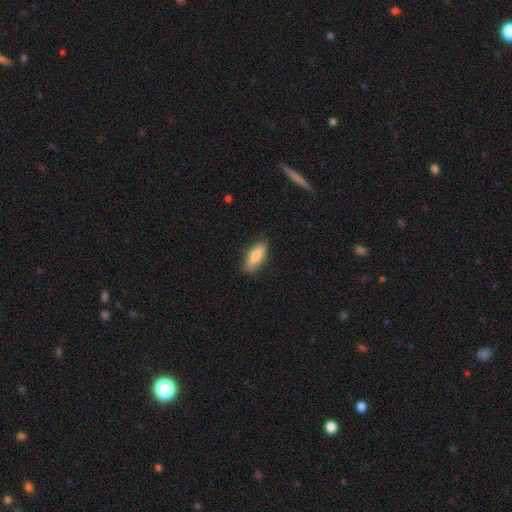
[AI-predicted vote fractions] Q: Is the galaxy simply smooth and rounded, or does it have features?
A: smooth — 81%.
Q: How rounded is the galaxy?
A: in between — 70%.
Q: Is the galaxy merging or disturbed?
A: none — 82%.